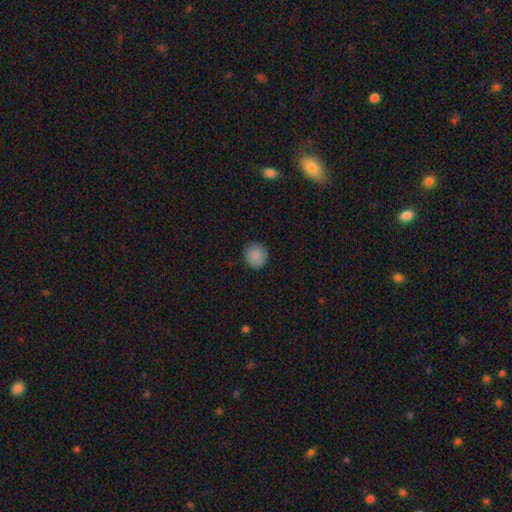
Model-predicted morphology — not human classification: type=smooth (88%); roundness=round (92%); merging=none (91%).